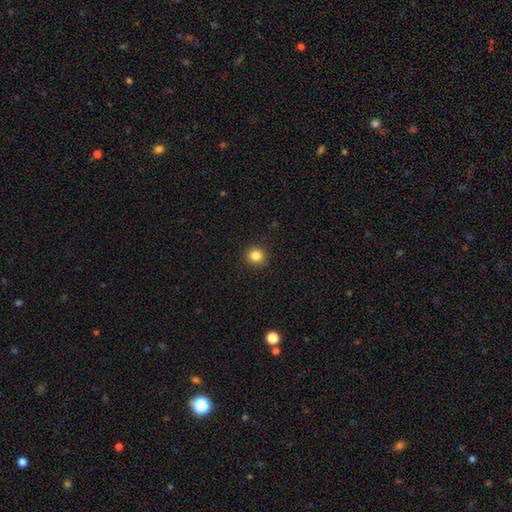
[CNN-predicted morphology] Smooth or featured?
  - smooth: 84% *
  - star or artifact: 11%
  - featured or disk: 5%
How rounded?
  - round: 88% *
  - in between: 11%
  - cigar-shaped: 1%
Merging?
  - none: 89% *
  - minor disturbance: 8%
  - major disturbance: 2%
  - merger: 1%